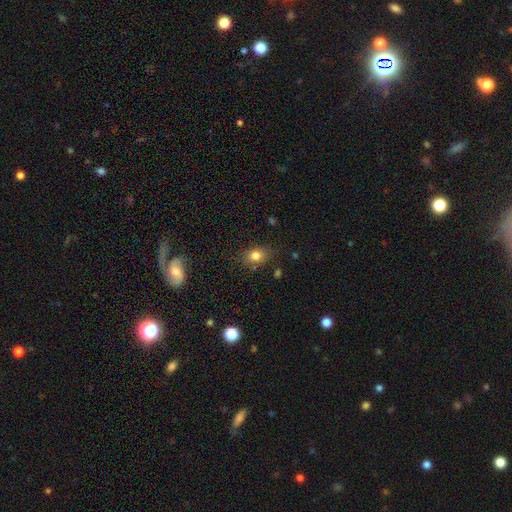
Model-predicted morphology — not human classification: This is likely a smooth galaxy (80%). How rounded: possibly in between (59%). Merging: clearly none (80%).